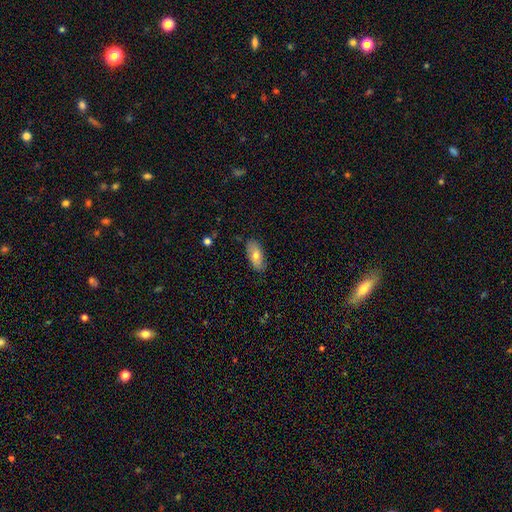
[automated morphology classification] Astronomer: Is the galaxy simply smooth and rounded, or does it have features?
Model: smooth — 70%.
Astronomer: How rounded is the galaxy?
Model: in between — 88%.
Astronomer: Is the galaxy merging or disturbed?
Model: none — 84%.